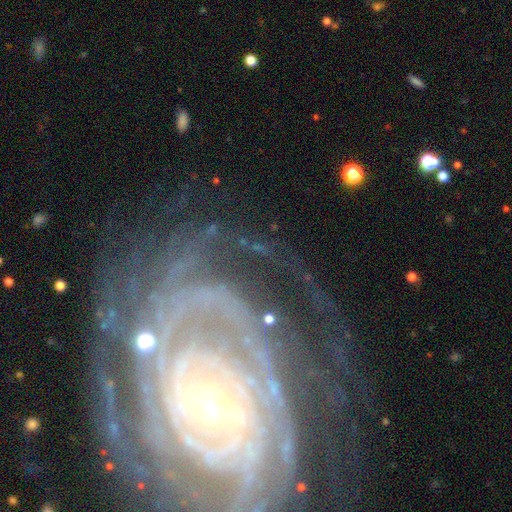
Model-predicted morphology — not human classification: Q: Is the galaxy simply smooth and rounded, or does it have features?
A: featured or disk — 90%.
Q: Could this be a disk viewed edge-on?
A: no — 96%.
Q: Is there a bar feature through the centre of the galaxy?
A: no — 49%.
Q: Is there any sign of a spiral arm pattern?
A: yes — 97%.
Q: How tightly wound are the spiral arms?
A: tight — 81%.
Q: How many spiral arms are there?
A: can't tell — 27%.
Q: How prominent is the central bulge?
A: small — 66%.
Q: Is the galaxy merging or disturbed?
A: none — 69%.